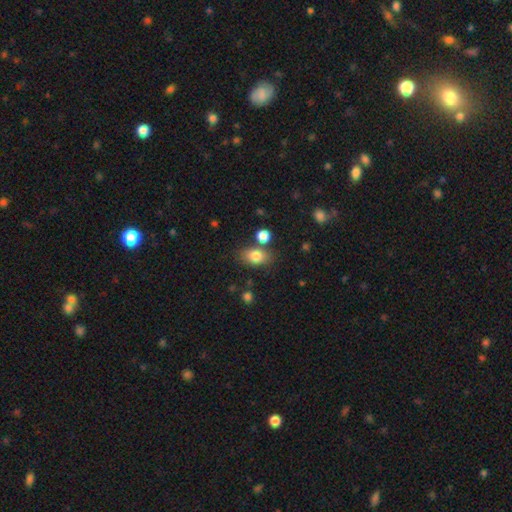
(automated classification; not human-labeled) This appears to be a smooth galaxy with no disk features (82%) that is in between round and cigar-shaped (78%). Merging: none (70%).